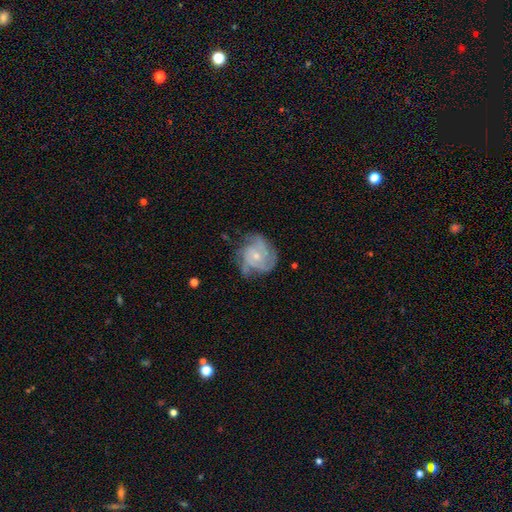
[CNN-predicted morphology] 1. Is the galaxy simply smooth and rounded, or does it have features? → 81% featured or disk, 13% smooth, 6% star or artifact.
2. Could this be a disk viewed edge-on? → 98% no, 2% yes.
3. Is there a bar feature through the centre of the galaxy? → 74% no, 23% weak, 3% strong.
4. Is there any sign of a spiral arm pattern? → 94% yes, 6% no.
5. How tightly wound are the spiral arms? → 51% tight, 39% medium, 10% loose.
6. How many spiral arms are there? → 38% 3, 21% can't tell, 17% 2, 14% 4, 5% 1, 5% more than 4.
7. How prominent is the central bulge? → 61% small, 35% moderate, 2% none, 1% large, 1% dominant.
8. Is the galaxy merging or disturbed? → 62% none, 25% minor disturbance, 11% major disturbance, 2% merger.